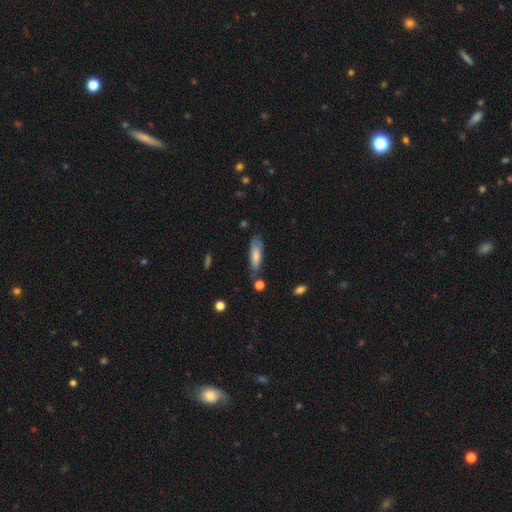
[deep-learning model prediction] Morphology: type=smooth (67%); roundness=cigar-shaped (51%); merging=none (61%).